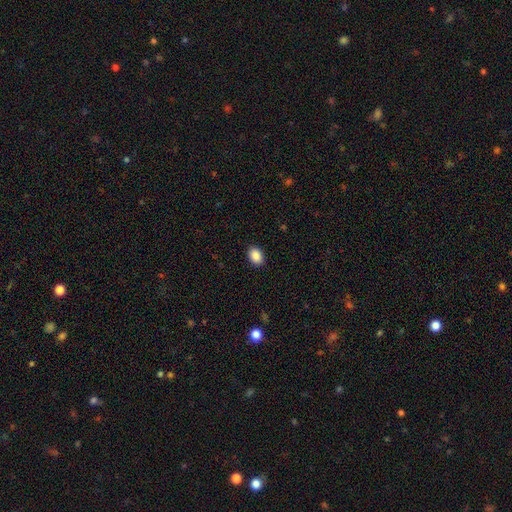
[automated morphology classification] A smooth galaxy with no disk features (89%) that is in between round and cigar-shaped (74%). Merging: none (90%).